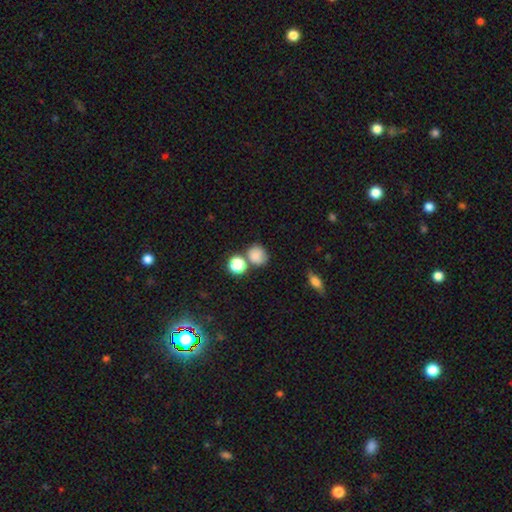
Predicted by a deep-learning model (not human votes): Morphology: type=smooth (79%); roundness=round (76%); merging=none (60%).